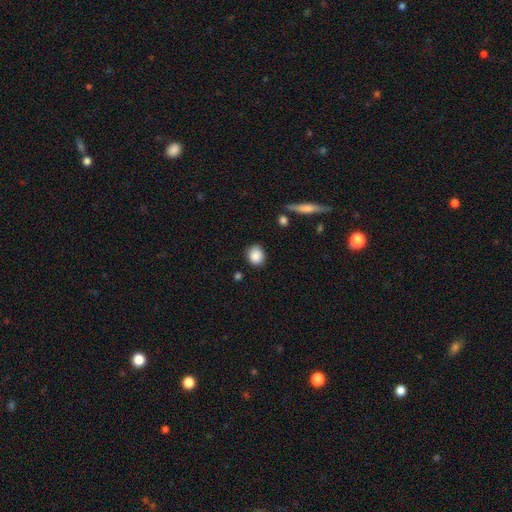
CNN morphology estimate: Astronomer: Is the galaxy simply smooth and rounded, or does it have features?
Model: smooth — 88%.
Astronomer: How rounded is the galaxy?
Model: round — 73%.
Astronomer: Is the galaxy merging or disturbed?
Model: none — 84%.